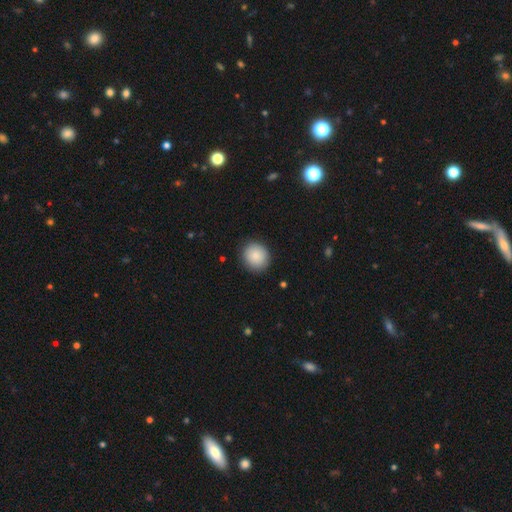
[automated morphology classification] type=smooth (88%); roundness=round (86%); merging=none (90%).